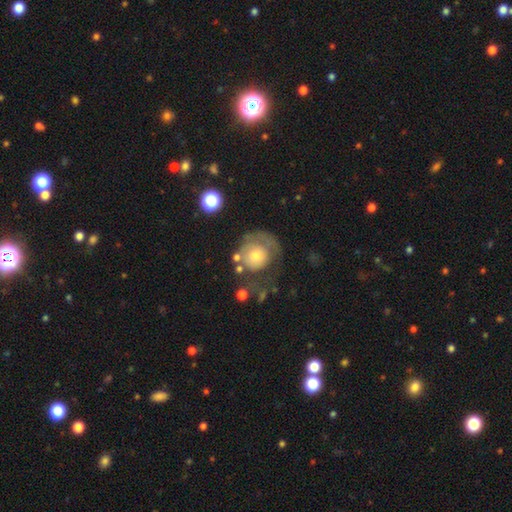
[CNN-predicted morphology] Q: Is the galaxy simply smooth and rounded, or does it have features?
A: smooth — 49%.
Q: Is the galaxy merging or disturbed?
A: none — 41%.